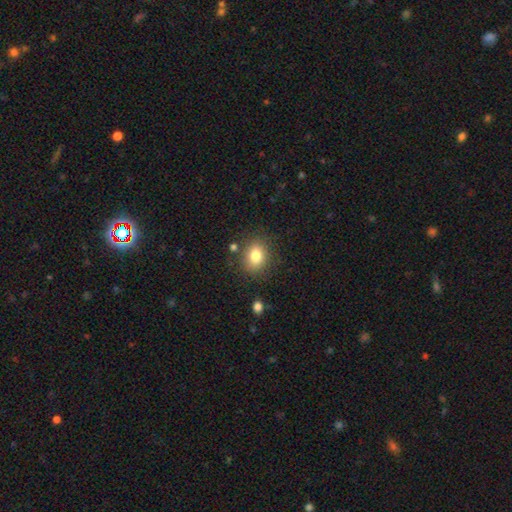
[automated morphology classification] The model was most divided on "how rounded": round: 50%, in between: 49%, cigar-shaped: 1%. More confident: merging — none (81%); smooth or featured — smooth (81%).